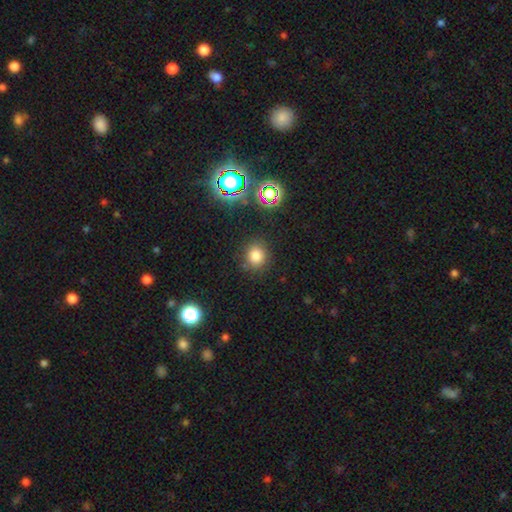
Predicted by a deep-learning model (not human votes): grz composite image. It shows a smooth galaxy with no disk features (76%) that is round (81%). Merging: none (85%).